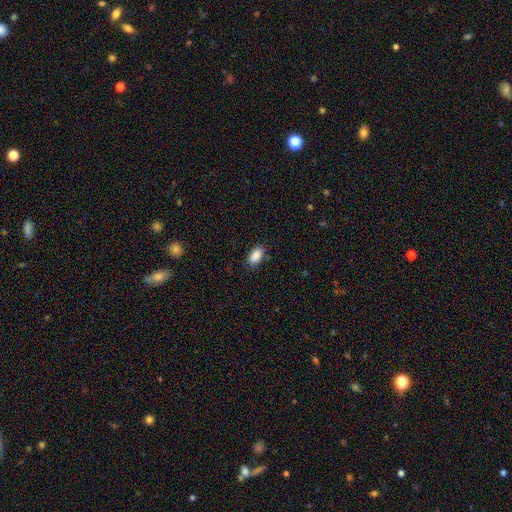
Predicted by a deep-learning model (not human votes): Q: Smooth or featured?
A: smooth (89%); runner-up: star or artifact (7%)
Q: How rounded?
A: in between (93%); runner-up: round (4%)
Q: Merging?
A: none (85%); runner-up: minor disturbance (12%)